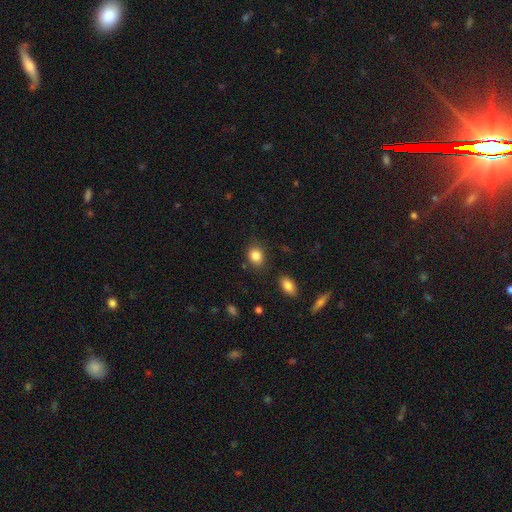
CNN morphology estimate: A smooth galaxy with no disk features (85%) that is round (55%). Merging: none (80%).